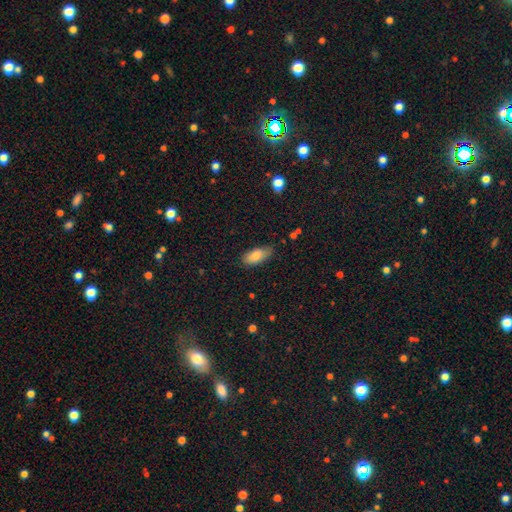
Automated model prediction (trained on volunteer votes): Overall: smooth (82%). How rounded: in between (87%). Merging: none (77%).